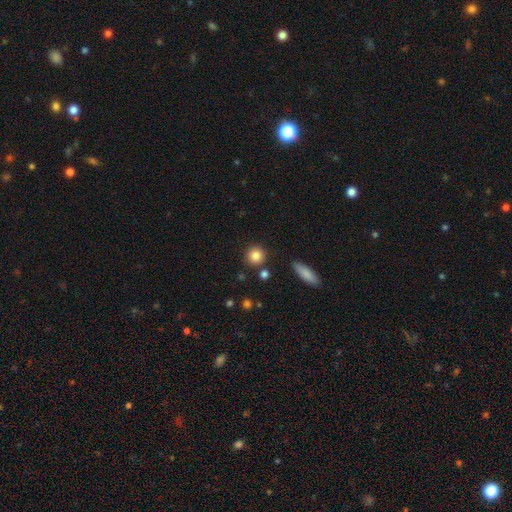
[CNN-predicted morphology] This appears to be a smooth galaxy with no disk features (84%) that is round (90%). Merging: none (85%).